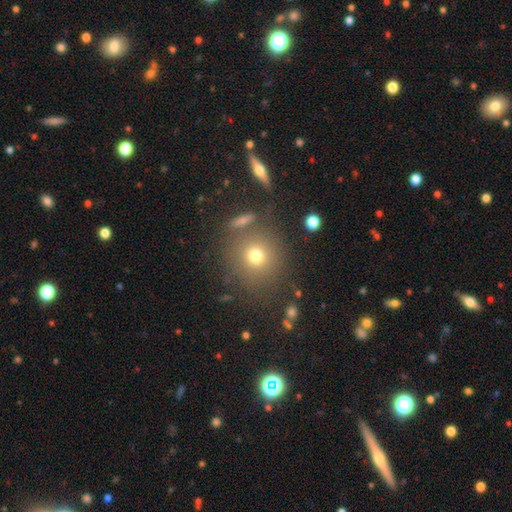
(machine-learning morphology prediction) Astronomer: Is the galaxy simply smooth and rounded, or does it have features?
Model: smooth — 72%.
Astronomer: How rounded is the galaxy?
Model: round — 90%.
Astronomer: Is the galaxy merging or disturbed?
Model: none — 78%.